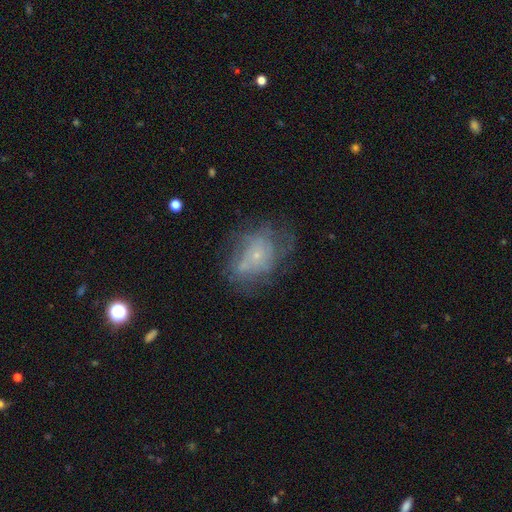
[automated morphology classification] Overall: featured or disk (58%; smooth 31%). Edge-on disk: no (96%). Bar: no (83%). Spiral arms: yes (55%; no 45%). Bulge size: small (80%). Merging: none (52%; minor disturbance 23%).